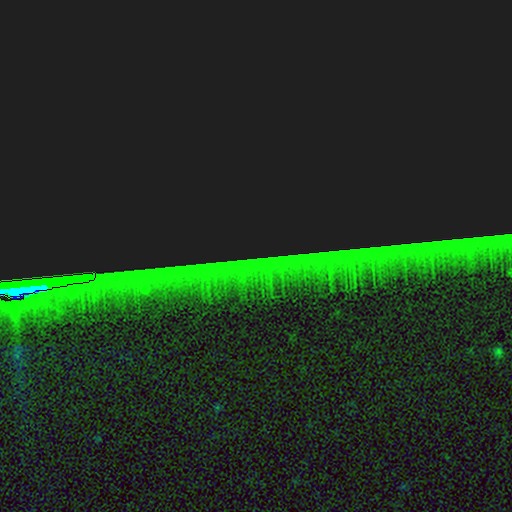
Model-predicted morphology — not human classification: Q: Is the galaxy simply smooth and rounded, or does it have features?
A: star or artifact — 88%.